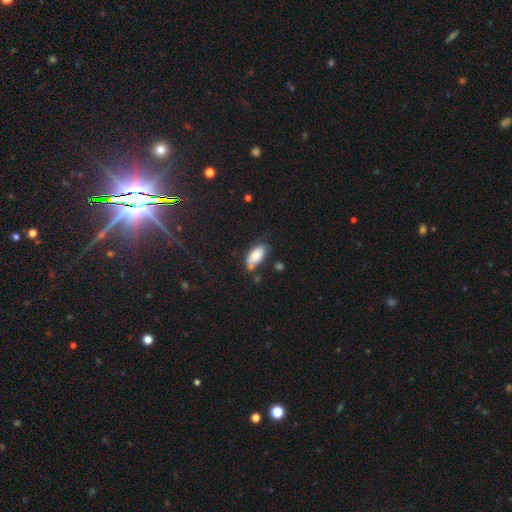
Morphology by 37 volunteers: smooth 81%, featured or disk 14%, star or artifact 5%. Down the decision tree: how rounded — in between (97%); merging — none (66%).